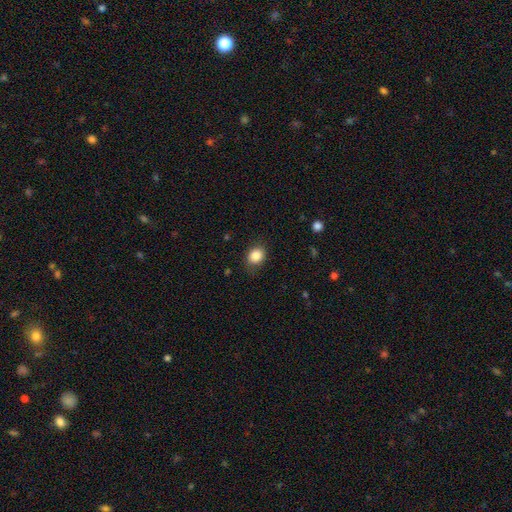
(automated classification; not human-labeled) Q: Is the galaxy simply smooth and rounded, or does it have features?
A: smooth — 85%.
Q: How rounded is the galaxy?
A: round — 55%.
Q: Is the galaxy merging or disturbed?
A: none — 80%.